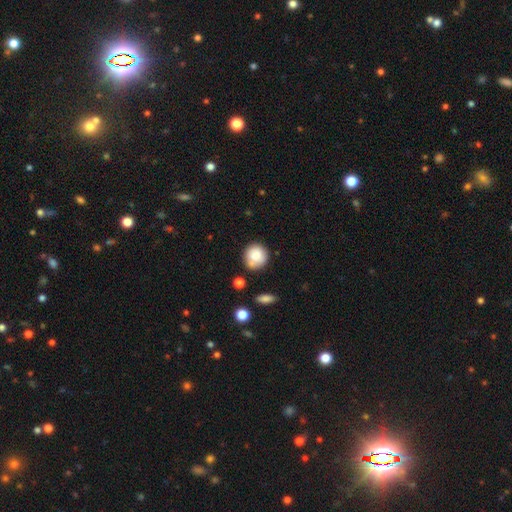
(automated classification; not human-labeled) Overall: smooth (81%). How rounded: round (89%). Merging: none (70%).